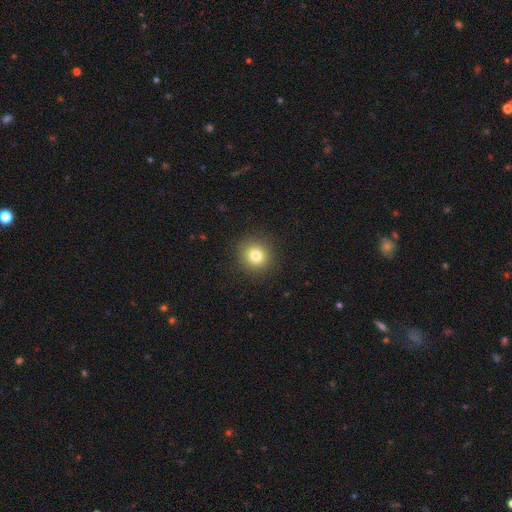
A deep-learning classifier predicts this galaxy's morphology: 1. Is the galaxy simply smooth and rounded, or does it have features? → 80% smooth, 12% star or artifact, 8% featured or disk.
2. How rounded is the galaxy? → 93% round, 7% in between, 1% cigar-shaped.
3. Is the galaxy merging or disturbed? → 90% none, 6% minor disturbance, 2% major disturbance, 1% merger.